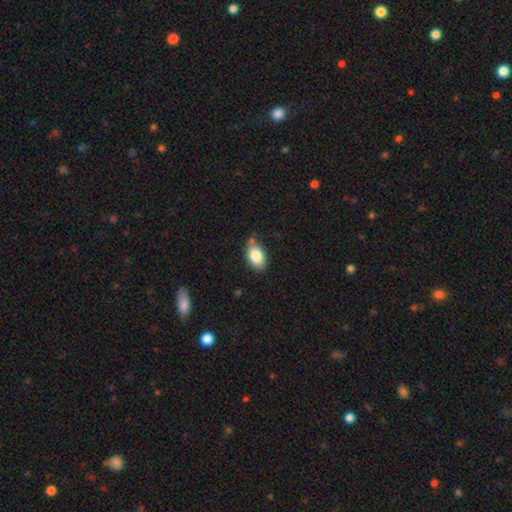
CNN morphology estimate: A smooth galaxy with no disk features (84%) that is in between round and cigar-shaped (90%).

Vote fractions:
- Smooth or featured? smooth: 84% / featured or disk: 8% / star or artifact: 7%
- How rounded? in between: 90% / round: 8% / cigar-shaped: 2%
- Merging? none: 72% / minor disturbance: 20% / merger: 4% / major disturbance: 4%